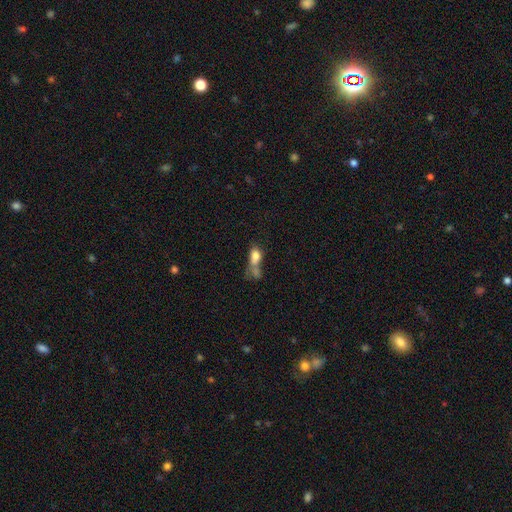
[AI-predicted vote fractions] smooth-or-featured: smooth: 72% | featured or disk: 18% | star or artifact: 10%
  how-rounded: in between: 70% | round: 22% | cigar-shaped: 8%
  merging: merger: 57% | none: 18% | major disturbance: 15% | minor disturbance: 10%